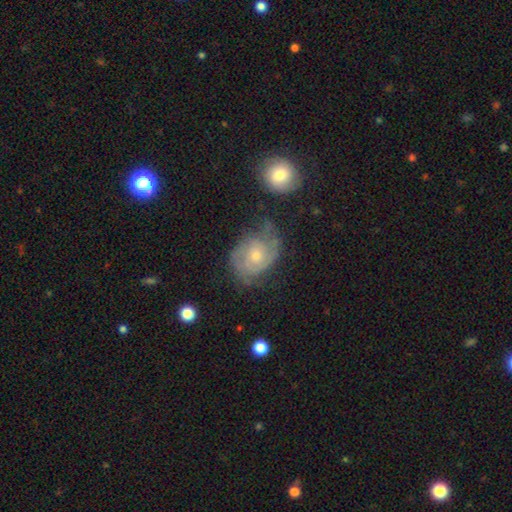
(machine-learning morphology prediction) Smooth or featured? Predicted: featured or disk (p=0.78). Edge-on disk? Predicted: no (p=0.97). Bar? Predicted: no (p=0.71). Spiral arms? Predicted: yes (p=0.93). Spiral winding? Predicted: tight (p=0.47). Spiral arm count? Predicted: 2 (p=0.54). Bulge size? Predicted: small (p=0.52). Merging? Predicted: none (p=0.53).